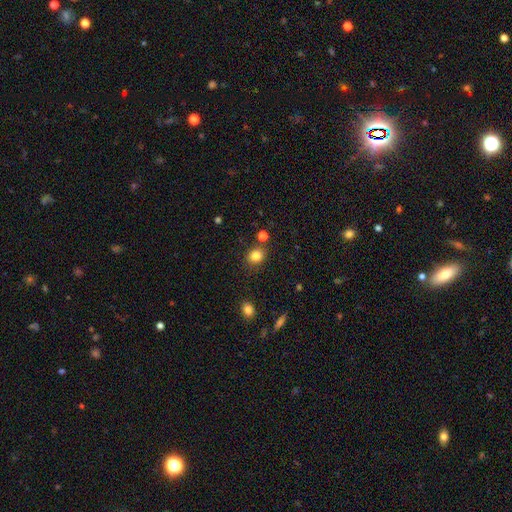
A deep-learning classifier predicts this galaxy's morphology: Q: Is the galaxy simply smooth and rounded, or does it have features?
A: smooth — 82%.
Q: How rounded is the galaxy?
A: round — 66%.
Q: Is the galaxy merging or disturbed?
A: none — 79%.